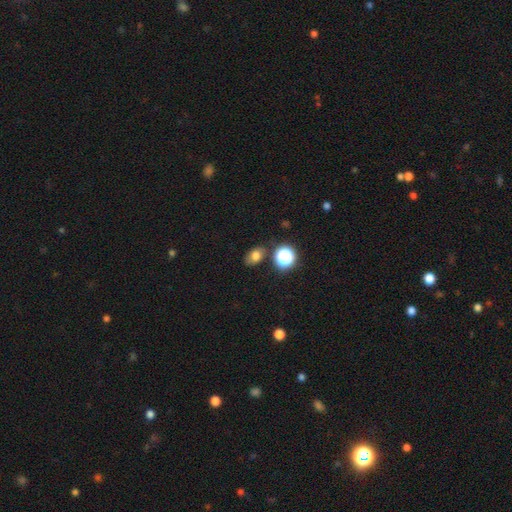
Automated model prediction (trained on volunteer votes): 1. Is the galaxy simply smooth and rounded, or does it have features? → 72% smooth, 16% star or artifact, 12% featured or disk.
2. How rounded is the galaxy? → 75% in between, 24% round, 2% cigar-shaped.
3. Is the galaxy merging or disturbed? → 76% none, 14% minor disturbance, 6% merger, 4% major disturbance.